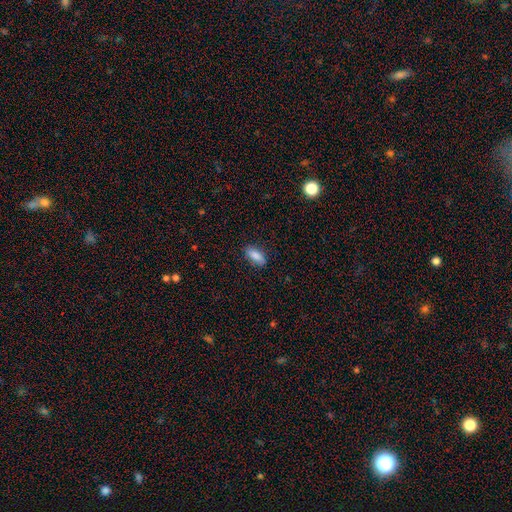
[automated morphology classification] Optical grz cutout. It shows a smooth galaxy with no disk features (85%) that is in between round and cigar-shaped (82%). Merging: none (83%).